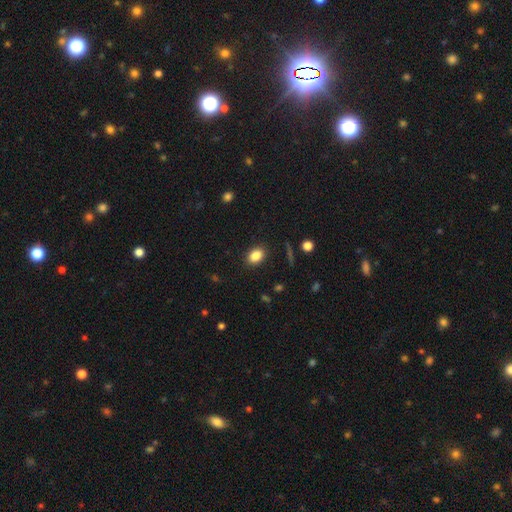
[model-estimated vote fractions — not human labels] Smooth or featured?
  - smooth: 86% *
  - star or artifact: 9%
  - featured or disk: 5%
How rounded?
  - in between: 74% *
  - round: 24%
  - cigar-shaped: 1%
Merging?
  - none: 88% *
  - minor disturbance: 9%
  - major disturbance: 3%
  - merger: 1%